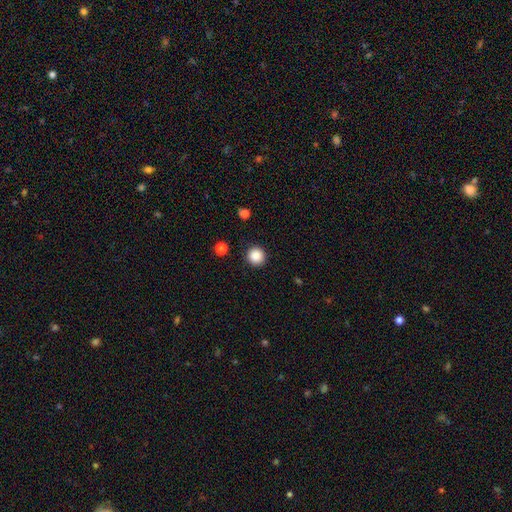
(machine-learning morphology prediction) Overall: smooth (87%). How rounded: round (95%). Merging: none (91%).